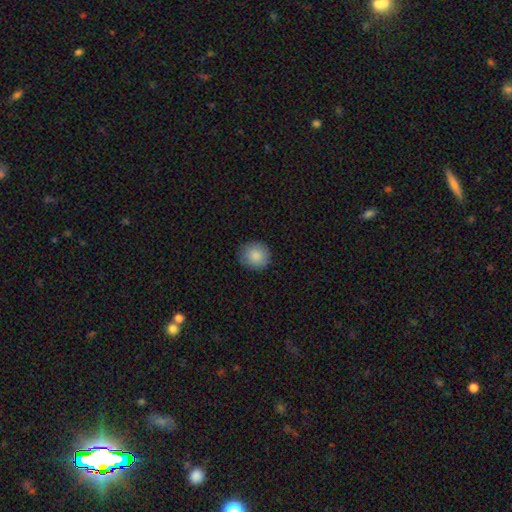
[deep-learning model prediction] Smooth or featured: smooth — 87% (star or artifact — 8%)
How rounded: round — 90% (in between — 9%)
Merging: none — 88% (minor disturbance — 9%)